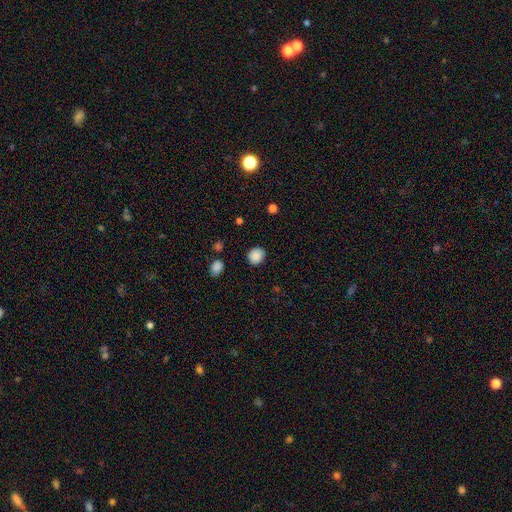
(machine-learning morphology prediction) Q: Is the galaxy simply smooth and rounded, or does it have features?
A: smooth — 88%.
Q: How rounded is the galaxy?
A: round — 73%.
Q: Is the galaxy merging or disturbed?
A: none — 87%.